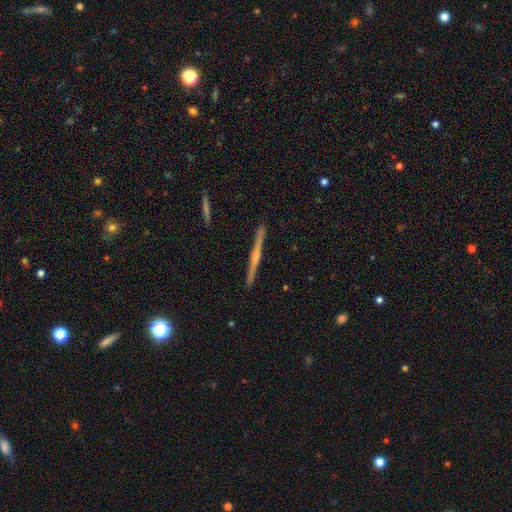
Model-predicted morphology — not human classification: Smooth or featured? Predicted: featured or disk (p=0.75). Edge-on disk? Predicted: yes (p=0.98). Edge-on bulge? Predicted: rounded (p=0.68). Merging? Predicted: none (p=0.92).